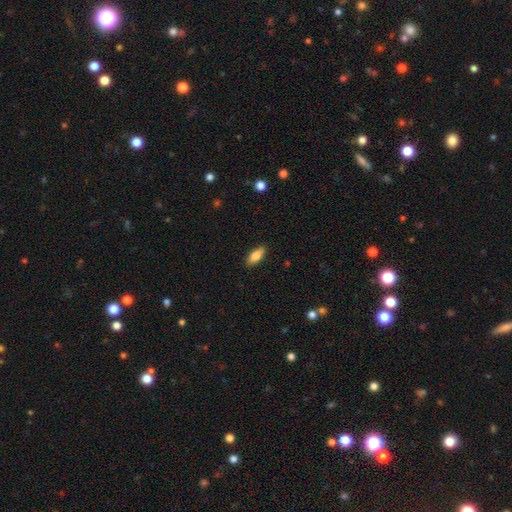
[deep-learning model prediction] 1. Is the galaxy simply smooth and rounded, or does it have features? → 79% smooth, 15% featured or disk, 7% star or artifact.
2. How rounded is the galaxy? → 79% in between, 19% cigar-shaped, 2% round.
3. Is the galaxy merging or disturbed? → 88% none, 9% minor disturbance, 2% major disturbance, 1% merger.